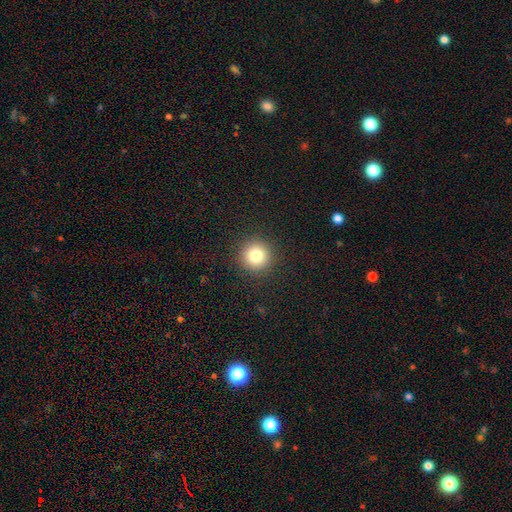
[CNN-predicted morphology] Smooth or featured? smooth (80%)
How rounded? round (96%)
Merging? none (92%)